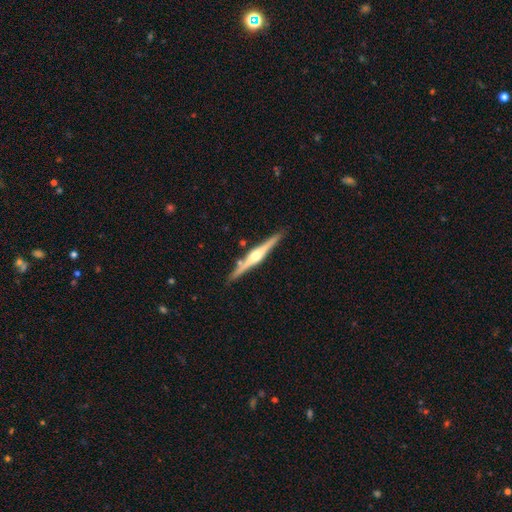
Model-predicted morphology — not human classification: Smooth or featured: featured or disk — 80% (smooth — 15%)
Edge-on disk: yes — 98% (no — 2%)
Edge-on bulge: rounded — 91% (boxy — 6%)
Merging: none — 88% (minor disturbance — 8%)